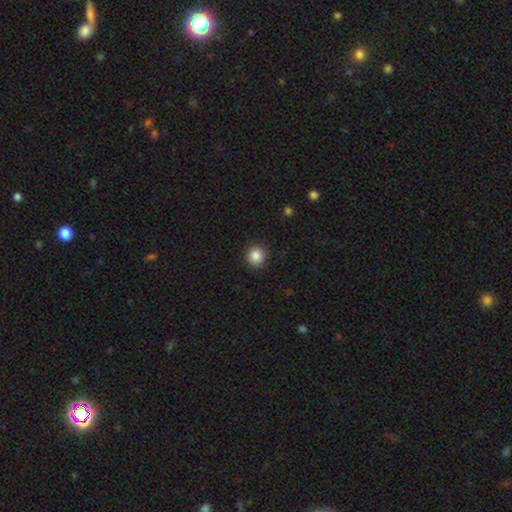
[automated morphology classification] Smooth or featured: smooth — 86% (star or artifact — 10%)
How rounded: round — 94% (in between — 5%)
Merging: none — 90% (minor disturbance — 7%)